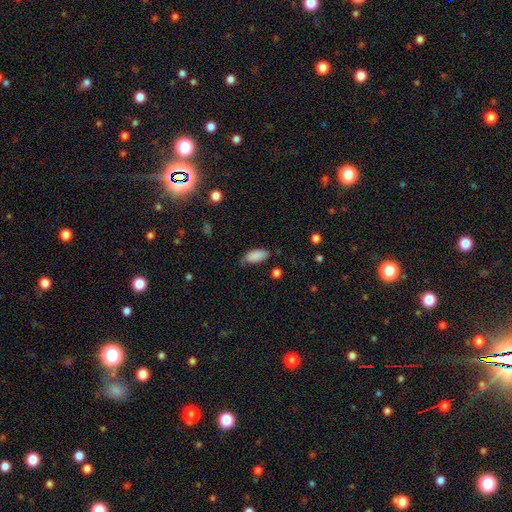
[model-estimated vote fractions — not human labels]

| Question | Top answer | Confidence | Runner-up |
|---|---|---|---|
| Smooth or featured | smooth | 88% | star or artifact (7%) |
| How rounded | in between | 90% | cigar-shaped (8%) |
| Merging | none | 68% | minor disturbance (25%) |